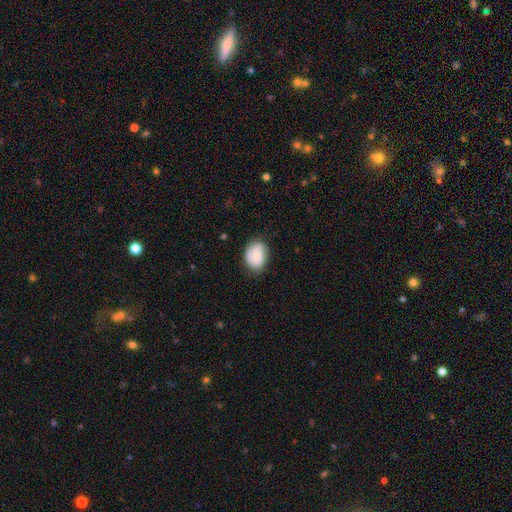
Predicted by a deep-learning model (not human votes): Smooth or featured: smooth — 75% (featured or disk — 18%)
How rounded: in between — 74% (round — 25%)
Merging: none — 71% (minor disturbance — 23%)